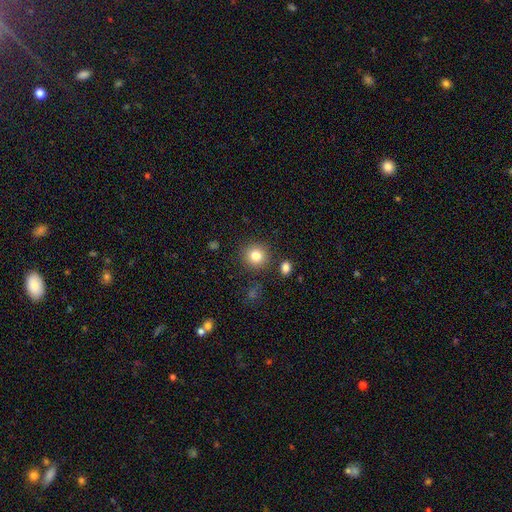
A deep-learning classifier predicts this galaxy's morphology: This is clearly a smooth galaxy (82%). How rounded: clearly round (92%). Merging: clearly none (87%).